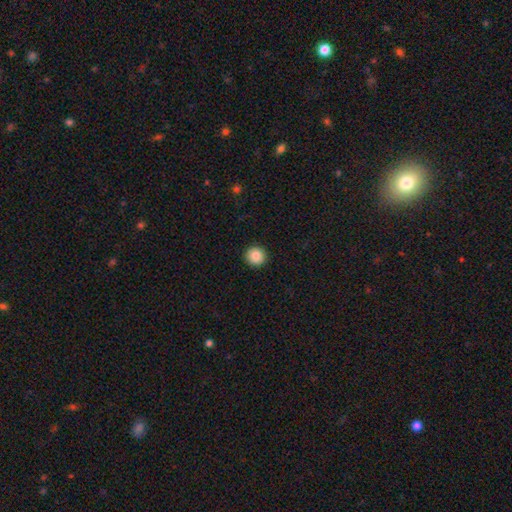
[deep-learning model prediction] Overall: smooth (86%). How rounded: round (94%). Merging: none (92%).